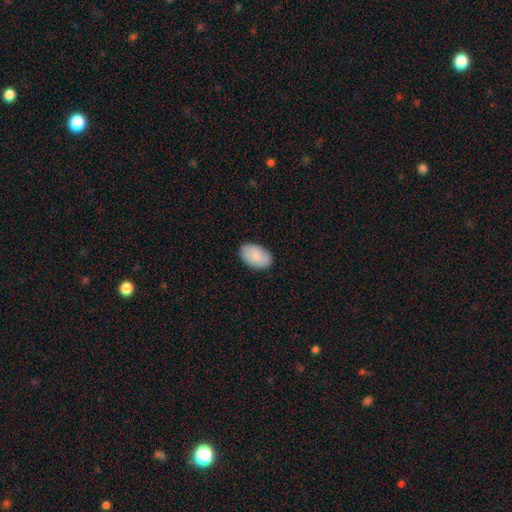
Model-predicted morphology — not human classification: The model was most divided on "merging": none: 86%, minor disturbance: 11%, major disturbance: 2%, merger: 1%. More confident: how rounded — in between (93%); smooth or featured — smooth (87%).